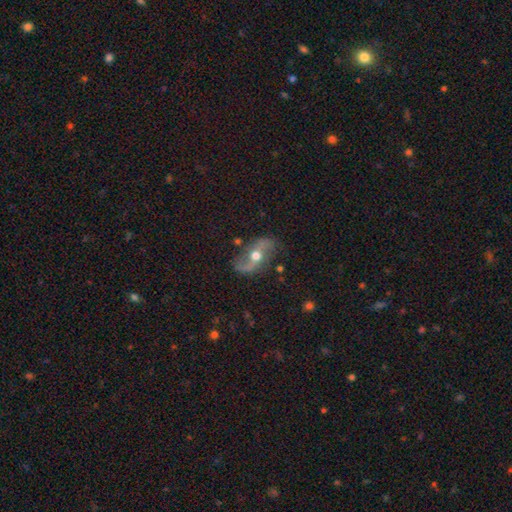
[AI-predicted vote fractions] smooth_or_featured: featured or disk (p=0.82) [alt: smooth p=0.12]
disk_edge_on: no (p=0.92) [alt: yes p=0.08]
bar: no (p=0.47) [alt: weak p=0.30]
has_spiral_arms: yes (p=0.88) [alt: no p=0.12]
spiral_winding: loose (p=0.78) [alt: medium p=0.17]
spiral_arm_count: 2 (p=0.92) [alt: 1 p=0.02]
bulge_size: moderate (p=0.77) [alt: small p=0.12]
merging: none (p=0.77) [alt: minor disturbance p=0.15]